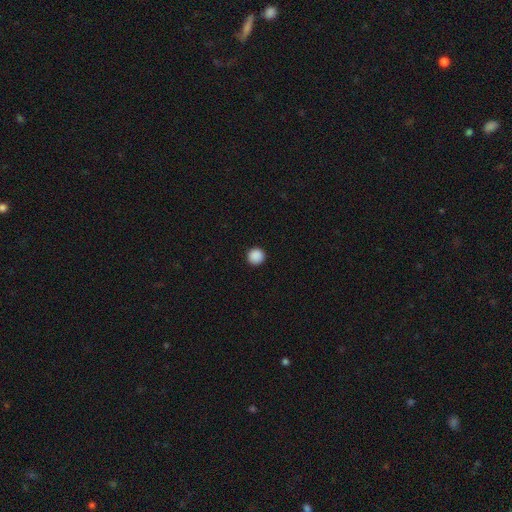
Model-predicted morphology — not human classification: Overall: smooth (89%). How rounded: round (96%). Merging: none (94%).